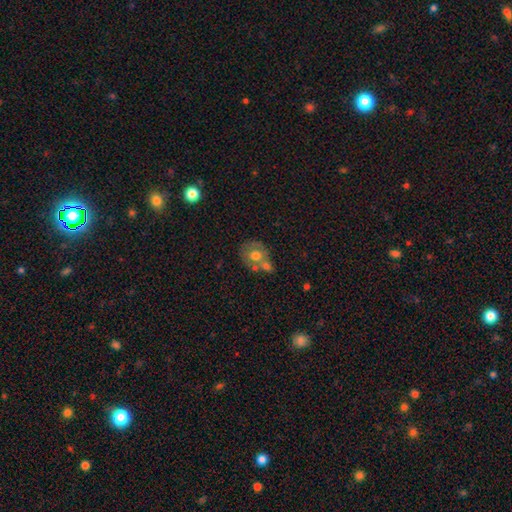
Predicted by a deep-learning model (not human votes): Smooth or featured? Predicted: smooth (p=0.61). How rounded? Predicted: round (p=0.72). Merging? Predicted: merger (p=0.43).